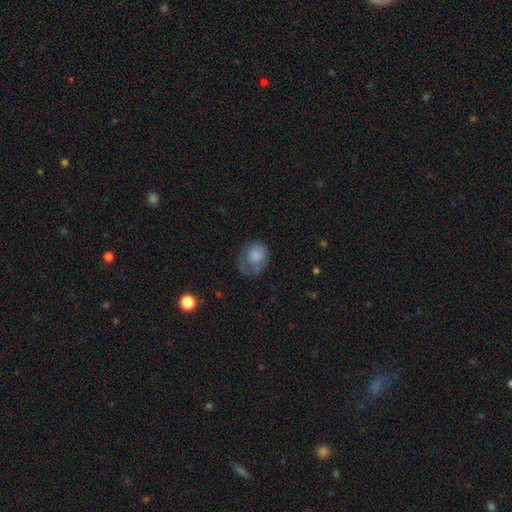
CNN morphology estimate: smooth_or_featured: smooth (p=0.72) [alt: featured or disk p=0.20]
how_rounded: round (p=0.58) [alt: in between p=0.41]
merging: none (p=0.38) [alt: major disturbance p=0.30]